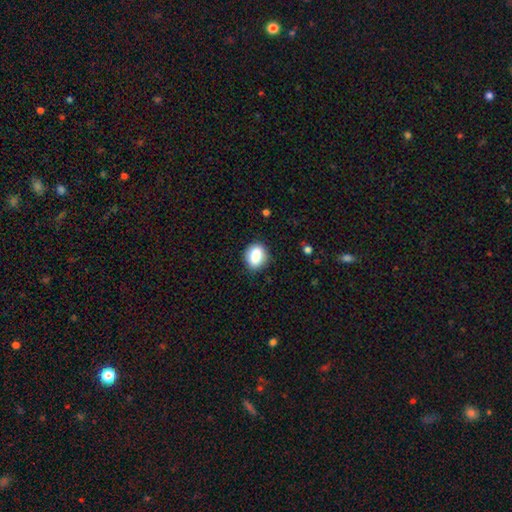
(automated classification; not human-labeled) The model was most divided on "how rounded": in between: 51%, round: 48%, cigar-shaped: 1%. More confident: smooth or featured — smooth (85%); merging — none (85%).